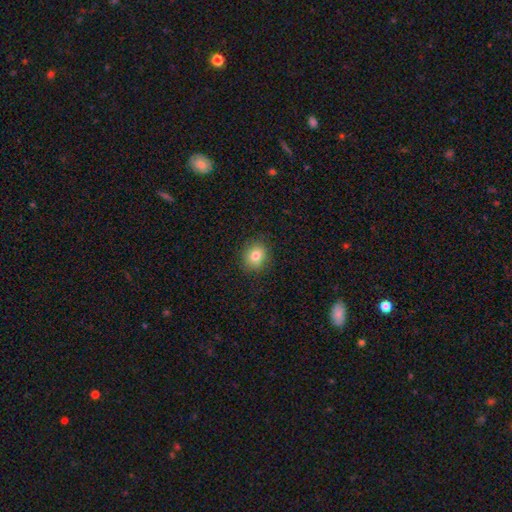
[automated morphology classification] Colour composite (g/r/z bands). It shows a smooth galaxy with no disk features (81%) that is round (76%). Merging: none (89%).